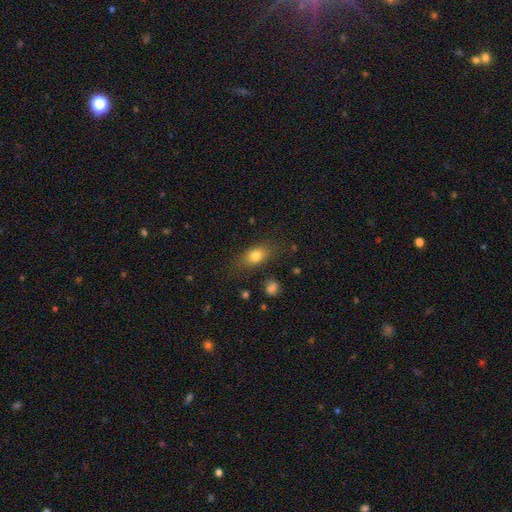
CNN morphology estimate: smooth-or-featured: smooth: 79% | featured or disk: 11% | star or artifact: 10%
  how-rounded: in between: 75% | round: 19% | cigar-shaped: 6%
  merging: none: 76% | minor disturbance: 16% | major disturbance: 6% | merger: 2%